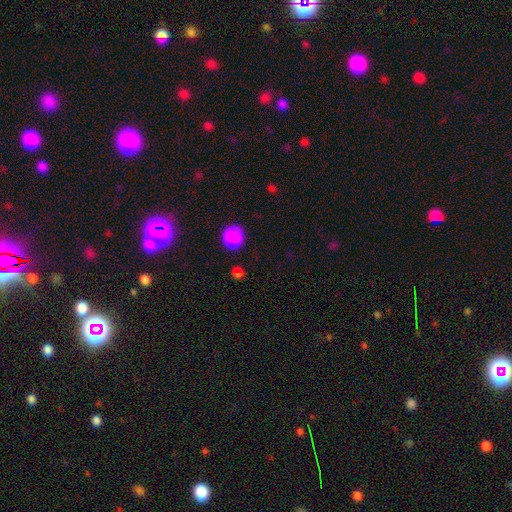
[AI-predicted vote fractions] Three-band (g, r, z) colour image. It shows a smooth galaxy with no disk features (85%) that is round (78%). Merging: none (84%).